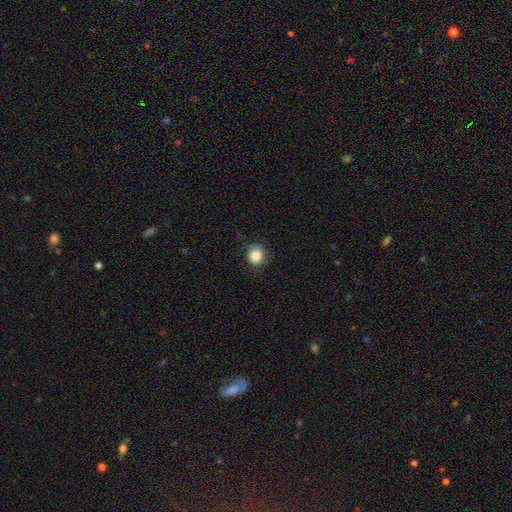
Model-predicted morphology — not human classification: Smooth or featured? smooth (85%)
How rounded? round (84%)
Merging? none (78%)